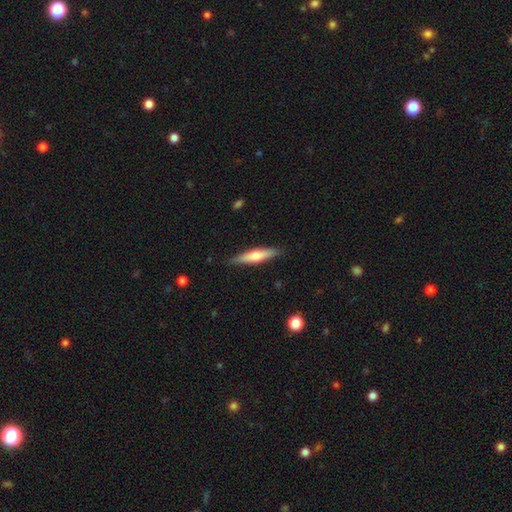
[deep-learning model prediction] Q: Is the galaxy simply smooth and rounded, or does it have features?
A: smooth — 54%.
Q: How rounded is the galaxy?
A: cigar-shaped — 81%.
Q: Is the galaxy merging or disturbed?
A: none — 87%.